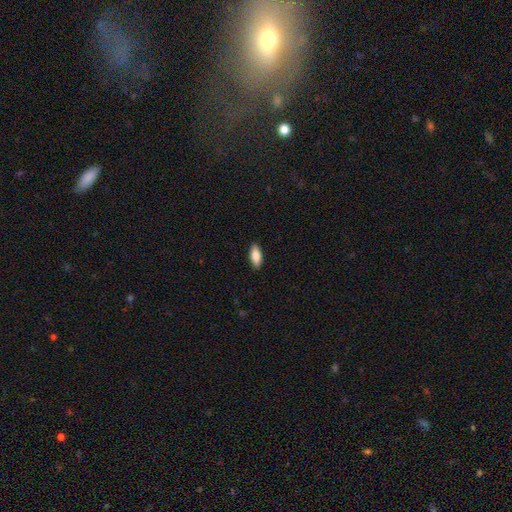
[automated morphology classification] Smooth or featured? smooth (85%)
How rounded? in between (80%)
Merging? none (89%)